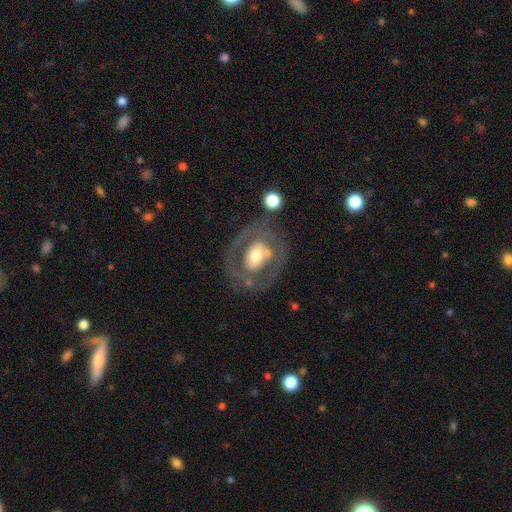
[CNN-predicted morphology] Smooth or featured?
  - featured or disk: 67% *
  - smooth: 26%
  - star or artifact: 6%
Edge-on disk?
  - no: 95% *
  - yes: 5%
Bar?
  - no: 59% *
  - weak: 25%
  - strong: 16%
Spiral arms?
  - no: 61% *
  - yes: 39%
Bulge size?
  - moderate: 57% *
  - large: 21%
  - small: 18%
  - dominant: 2%
  - none: 2%
Merging?
  - none: 65% *
  - minor disturbance: 16%
  - major disturbance: 12%
  - merger: 7%